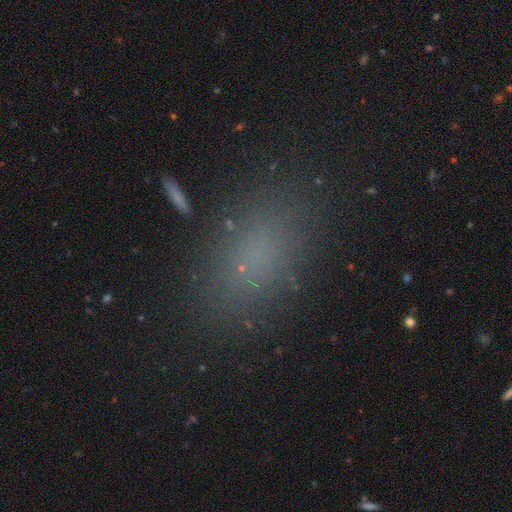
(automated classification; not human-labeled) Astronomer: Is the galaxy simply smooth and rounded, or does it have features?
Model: smooth — 73%.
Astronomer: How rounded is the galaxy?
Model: in between — 87%.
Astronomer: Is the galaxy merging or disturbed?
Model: none — 83%.